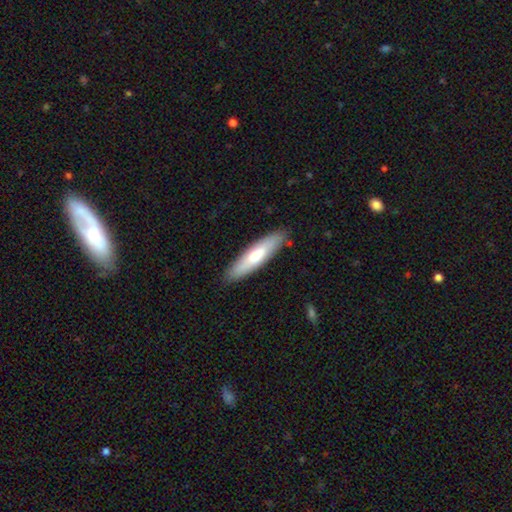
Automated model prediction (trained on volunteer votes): A smooth galaxy with no disk features (69%) that is cigar-shaped (74%).

Vote fractions:
- Smooth or featured? smooth: 69% / featured or disk: 25% / star or artifact: 5%
- How rounded? cigar-shaped: 74% / in between: 25% / round: 1%
- Merging? none: 87% / minor disturbance: 10% / major disturbance: 2% / merger: 1%